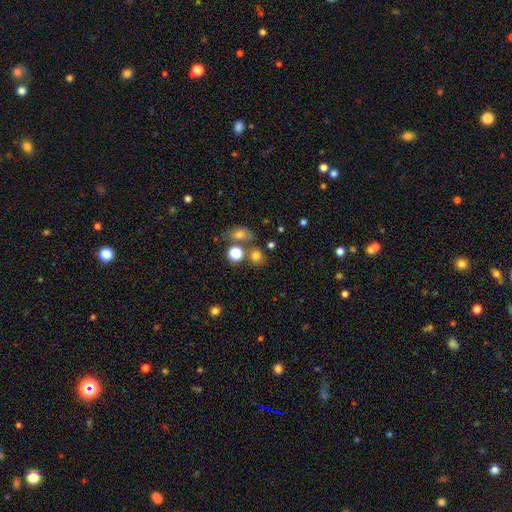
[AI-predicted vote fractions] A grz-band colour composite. It shows a smooth galaxy with no disk features (74%) that is round (77%). Merging: none (65%).